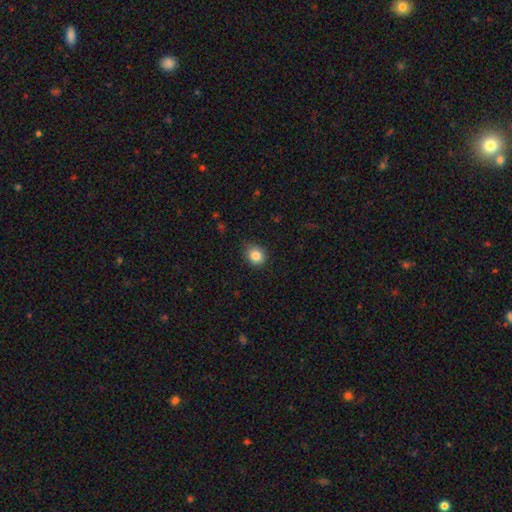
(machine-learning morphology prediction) A smooth galaxy with no disk features (84%) that is round (76%). Merging: none (80%).